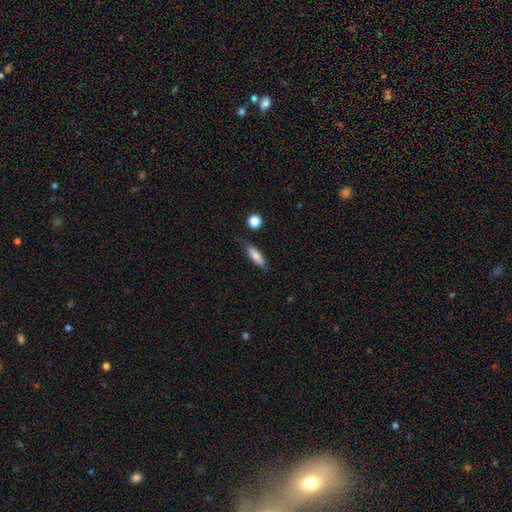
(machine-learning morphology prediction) A smooth galaxy with no disk features (80%) that is cigar-shaped (49%).

Vote fractions:
- Smooth or featured? smooth: 80% / featured or disk: 13% / star or artifact: 7%
- How rounded? cigar-shaped: 49% / in between: 48% / round: 3%
- Merging? none: 76% / minor disturbance: 17% / major disturbance: 4% / merger: 3%